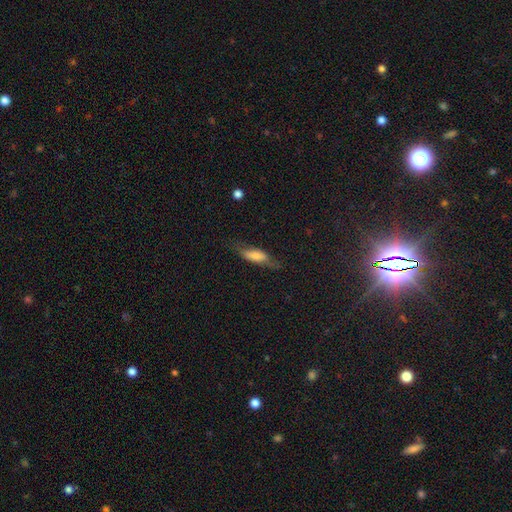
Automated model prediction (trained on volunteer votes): Smooth or featured?
  - smooth: 60% *
  - featured or disk: 33%
  - star or artifact: 7%
How rounded?
  - in between: 56% *
  - cigar-shaped: 42%
  - round: 3%
Merging?
  - none: 64% *
  - minor disturbance: 23%
  - major disturbance: 11%
  - merger: 2%